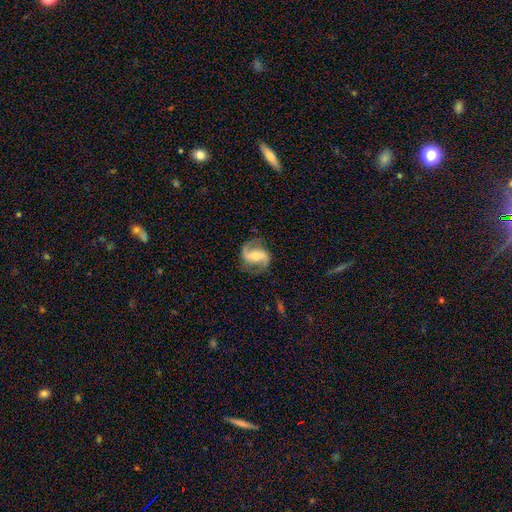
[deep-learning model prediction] Overall: featured or disk (89%). Edge-on disk: no (98%). Bar: weak (38%; strong 36%). Spiral arms: yes (97%). Spiral arm count: 2 (93%). Spiral winding: loose (47%; medium 42%). Bulge size: moderate (46%; small 43%). Merging: none (81%).